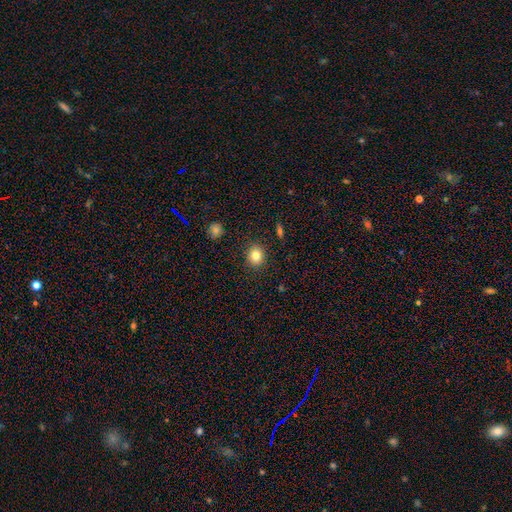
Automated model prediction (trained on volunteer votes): smooth-or-featured: smooth: 82% | star or artifact: 11% | featured or disk: 7%
  how-rounded: round: 71% | in between: 28% | cigar-shaped: 1%
  merging: none: 90% | minor disturbance: 7% | major disturbance: 2% | merger: 1%